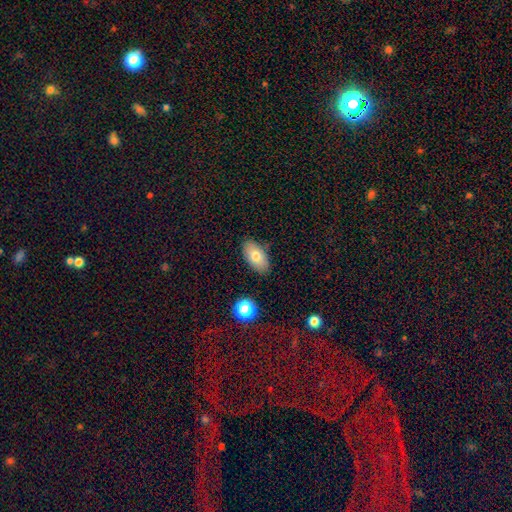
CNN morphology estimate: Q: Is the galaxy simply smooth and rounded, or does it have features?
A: smooth — 76%.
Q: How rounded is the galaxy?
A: in between — 93%.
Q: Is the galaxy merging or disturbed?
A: none — 84%.